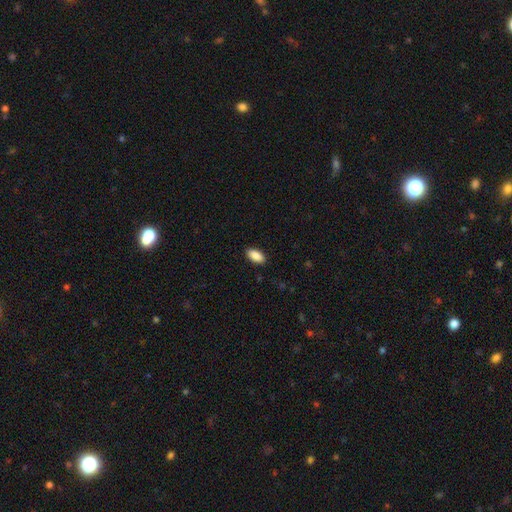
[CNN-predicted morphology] Q: Smooth or featured?
A: smooth (90%); runner-up: star or artifact (7%)
Q: How rounded?
A: in between (92%); runner-up: cigar-shaped (6%)
Q: Merging?
A: none (89%); runner-up: minor disturbance (8%)